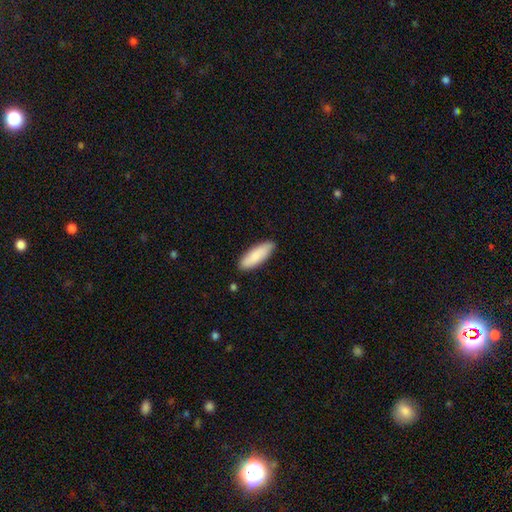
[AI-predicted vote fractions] Morphology: type=smooth (84%); roundness=in between (55%); merging=none (87%).